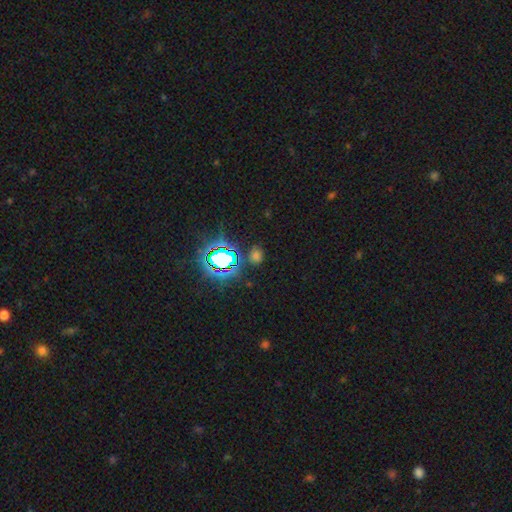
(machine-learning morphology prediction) Smooth or featured? Predicted: star or artifact (p=0.47).